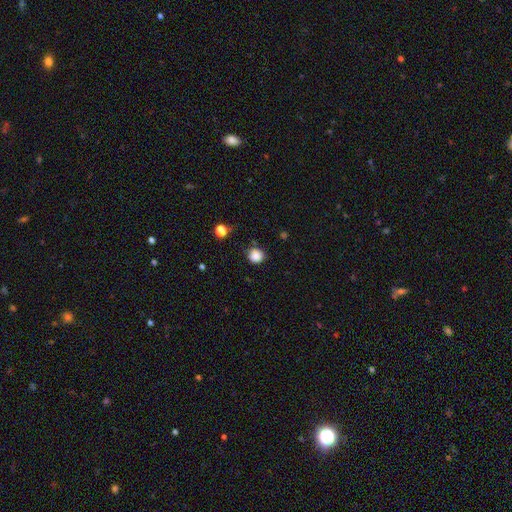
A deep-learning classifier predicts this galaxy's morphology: smooth_or_featured: smooth (p=0.86) [alt: star or artifact p=0.11]
how_rounded: round (p=0.88) [alt: in between p=0.12]
merging: none (p=0.79) [alt: minor disturbance p=0.14]